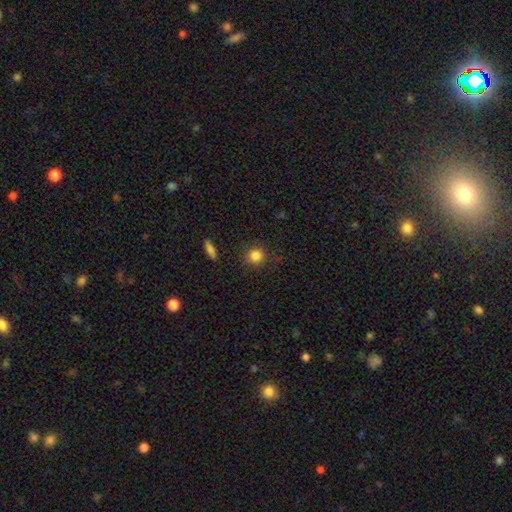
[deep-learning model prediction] smooth_or_featured: smooth (p=0.84) [alt: star or artifact p=0.11]
how_rounded: round (p=0.91) [alt: in between p=0.08]
merging: none (p=0.87) [alt: minor disturbance p=0.09]